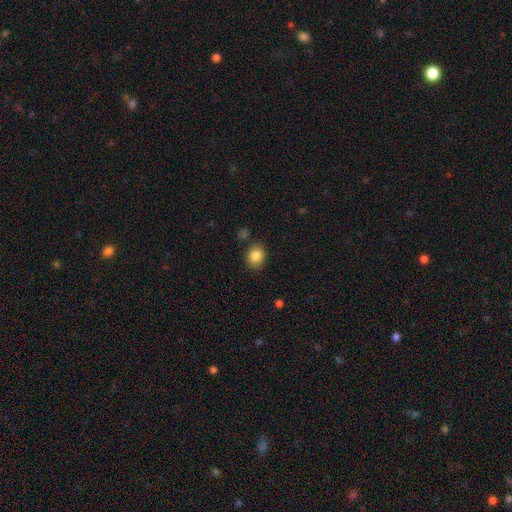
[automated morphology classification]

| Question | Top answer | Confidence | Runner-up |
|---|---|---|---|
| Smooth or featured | smooth | 85% | star or artifact (9%) |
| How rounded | round | 61% | in between (38%) |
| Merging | none | 83% | minor disturbance (11%) |